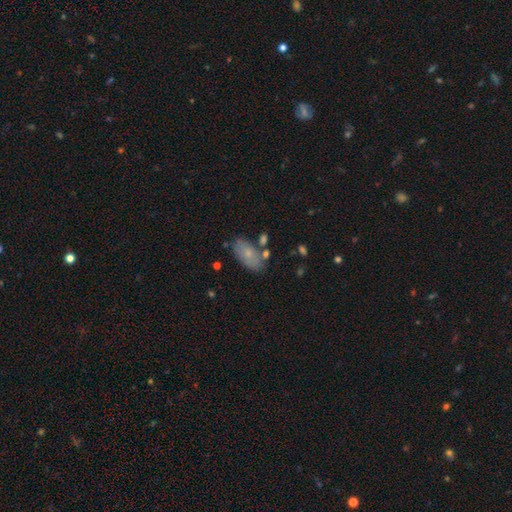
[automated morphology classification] Smooth or featured? Predicted: smooth (p=0.73). How rounded? Predicted: in between (p=0.92). Merging? Predicted: none (p=0.72).